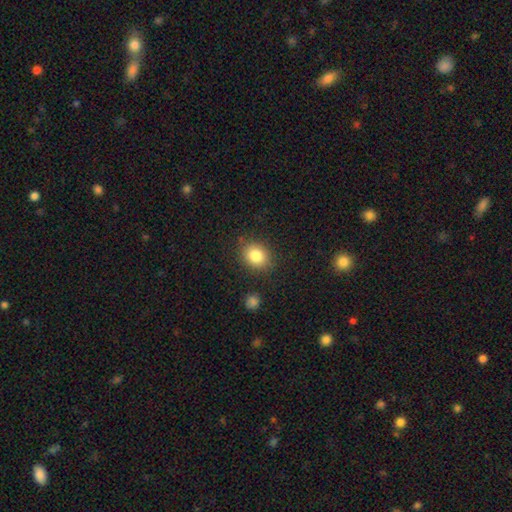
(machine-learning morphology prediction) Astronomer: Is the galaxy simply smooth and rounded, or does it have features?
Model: smooth — 83%.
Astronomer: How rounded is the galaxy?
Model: round — 60% (runner-up: in between, 40%).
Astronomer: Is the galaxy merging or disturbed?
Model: none — 83%.